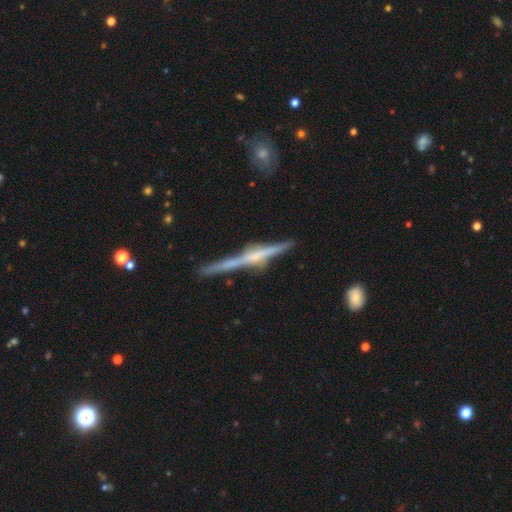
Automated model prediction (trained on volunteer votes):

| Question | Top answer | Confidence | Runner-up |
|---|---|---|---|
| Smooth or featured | featured or disk | 81% | smooth (13%) |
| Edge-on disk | yes | 98% | no (2%) |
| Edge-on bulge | rounded | 58% | boxy (25%) |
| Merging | none | 85% | minor disturbance (10%) |